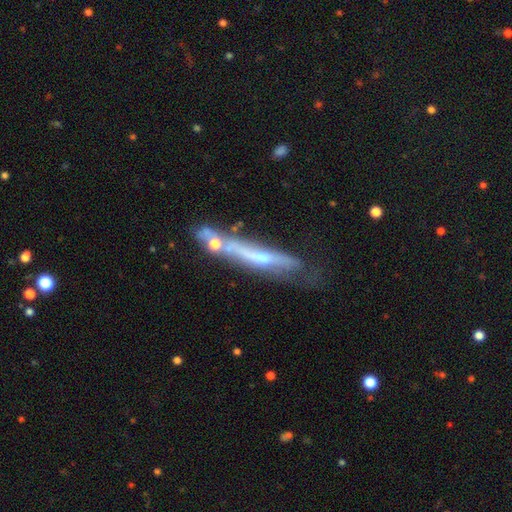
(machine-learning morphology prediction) A featured or disk galaxy (67%) viewed edge-on (75%) with a rounded central bulge (47%).

Vote fractions:
- Smooth or featured? featured or disk: 67% / smooth: 25% / star or artifact: 9%
- Edge-on disk? yes: 75% / no: 25%
- Edge-on bulge? rounded: 47% / none: 43% / boxy: 9%
- Merging? none: 41% / minor disturbance: 24% / merger: 20% / major disturbance: 15%